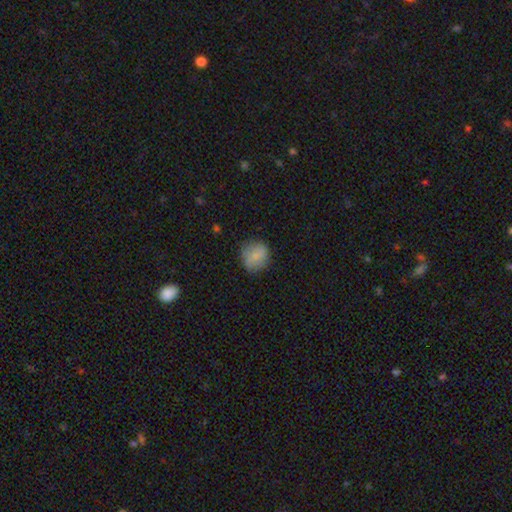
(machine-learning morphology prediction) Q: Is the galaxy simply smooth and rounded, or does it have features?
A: smooth — 76%.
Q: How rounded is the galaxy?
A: round — 83%.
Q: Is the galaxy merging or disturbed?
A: none — 78%.